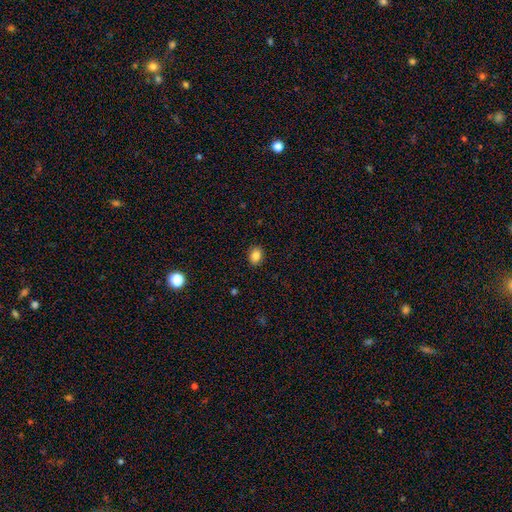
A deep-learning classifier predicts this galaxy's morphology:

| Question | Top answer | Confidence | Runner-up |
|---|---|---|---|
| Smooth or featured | smooth | 86% | star or artifact (10%) |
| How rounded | in between | 60% | round (39%) |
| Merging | none | 89% | minor disturbance (8%) |